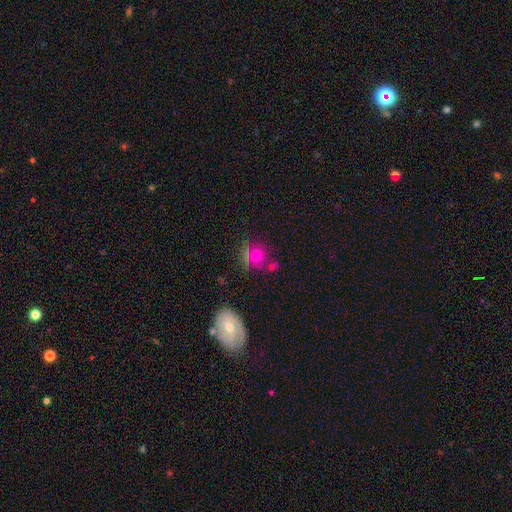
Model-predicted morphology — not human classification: Smooth or featured? Predicted: smooth (p=0.69). How rounded? Predicted: round (p=0.87). Merging? Predicted: none (p=0.65).